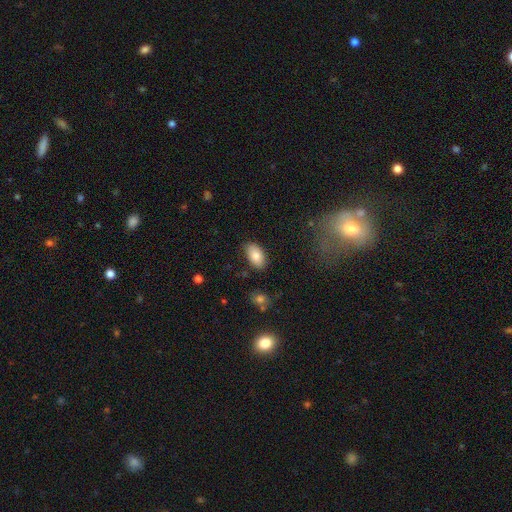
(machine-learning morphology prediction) Smooth or featured: smooth — 83% (featured or disk — 9%)
How rounded: in between — 94% (round — 5%)
Merging: none — 82% (minor disturbance — 13%)